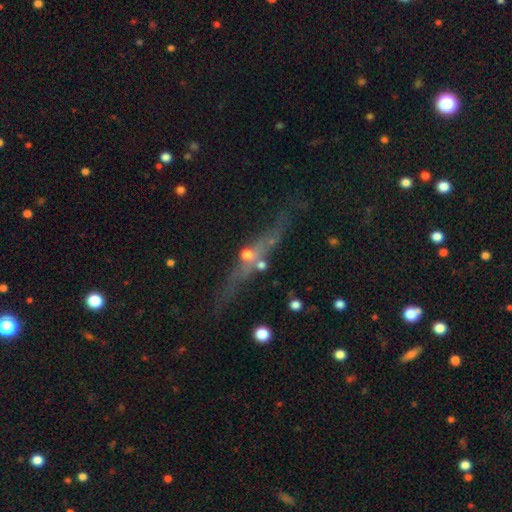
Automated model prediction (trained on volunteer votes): This appears to be a featured or disk galaxy (54%) viewed edge-on (82%). Merging: none (69%).